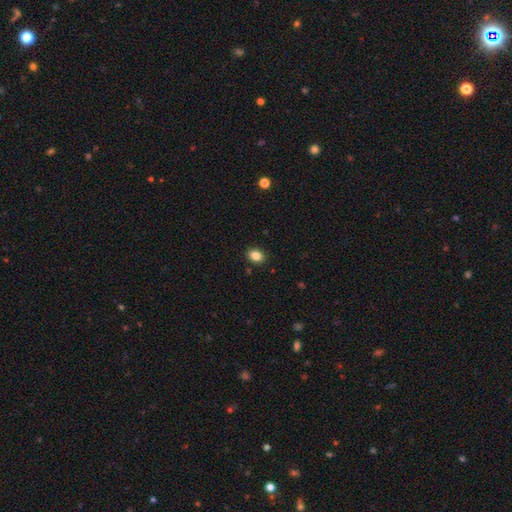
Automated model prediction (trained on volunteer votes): Overall: smooth (85%). How rounded: in between (61%; round 38%). Merging: none (90%).